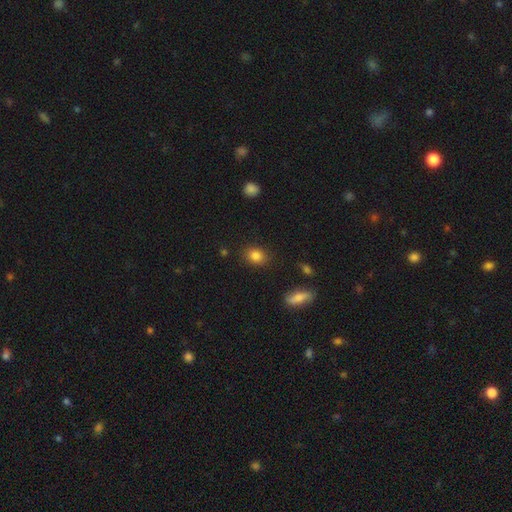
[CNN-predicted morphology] Smooth or featured?
  - smooth: 84% *
  - star or artifact: 10%
  - featured or disk: 6%
How rounded?
  - in between: 52% *
  - round: 46%
  - cigar-shaped: 1%
Merging?
  - none: 86% *
  - minor disturbance: 10%
  - major disturbance: 3%
  - merger: 2%